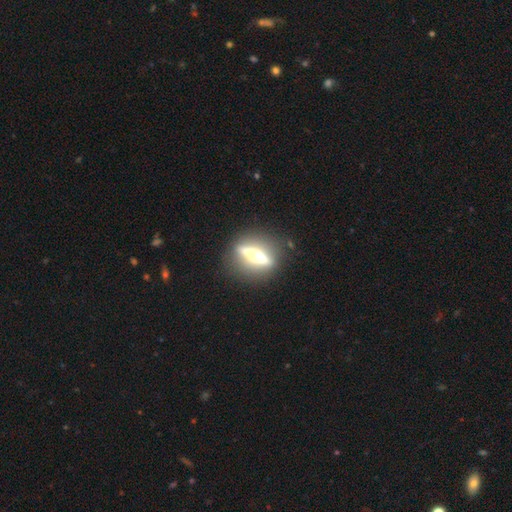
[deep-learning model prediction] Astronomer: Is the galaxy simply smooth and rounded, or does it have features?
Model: featured or disk — 70%.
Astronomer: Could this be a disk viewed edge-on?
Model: yes — 76%.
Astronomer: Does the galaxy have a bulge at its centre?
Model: rounded — 56%.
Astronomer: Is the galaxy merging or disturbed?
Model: none — 84%.